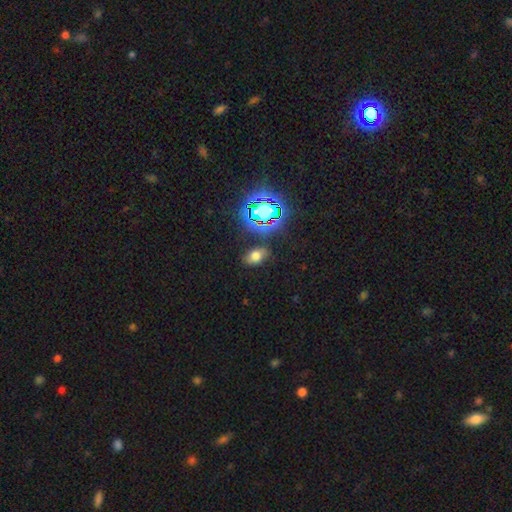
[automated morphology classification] smooth-or-featured: smooth: 61% | star or artifact: 27% | featured or disk: 12%
  how-rounded: in between: 83% | round: 15% | cigar-shaped: 2%
  merging: none: 76% | minor disturbance: 15% | major disturbance: 5% | merger: 3%